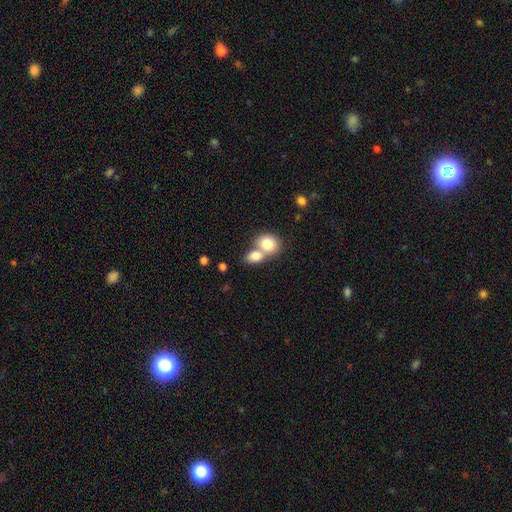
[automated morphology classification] Smooth or featured? Predicted: smooth (p=0.78). How rounded? Predicted: in between (p=0.56). Merging? Predicted: merger (p=0.64).